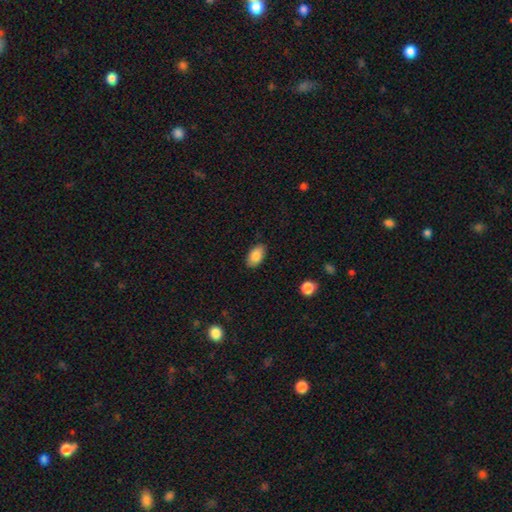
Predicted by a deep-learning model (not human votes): Morphology: type=smooth (86%); roundness=in between (93%); merging=none (86%).